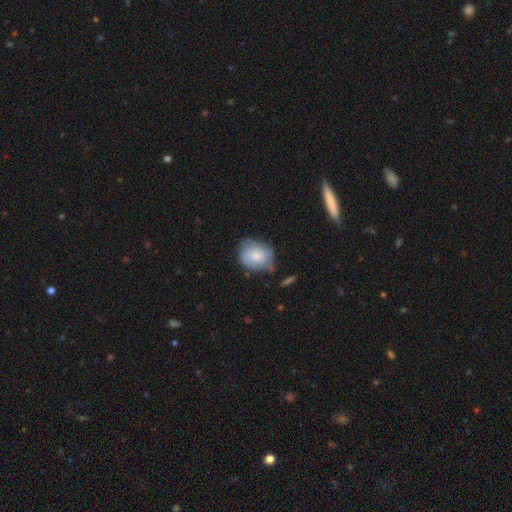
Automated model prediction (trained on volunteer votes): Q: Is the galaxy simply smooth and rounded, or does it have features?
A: smooth — 68%.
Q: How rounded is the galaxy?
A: round — 56%.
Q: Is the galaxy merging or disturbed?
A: none — 49%.